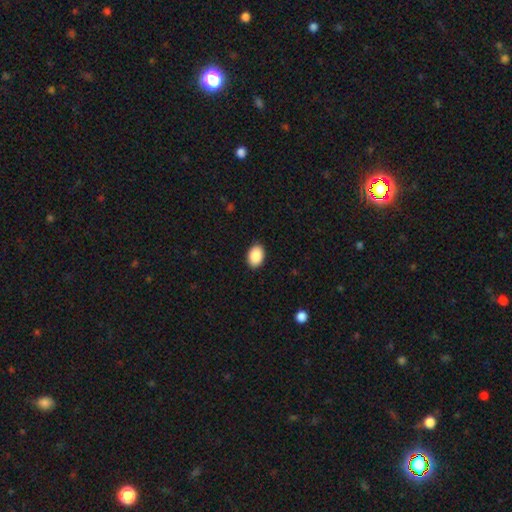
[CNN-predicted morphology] Smooth or featured: smooth — 90% (star or artifact — 7%)
How rounded: in between — 84% (round — 15%)
Merging: none — 89% (minor disturbance — 8%)